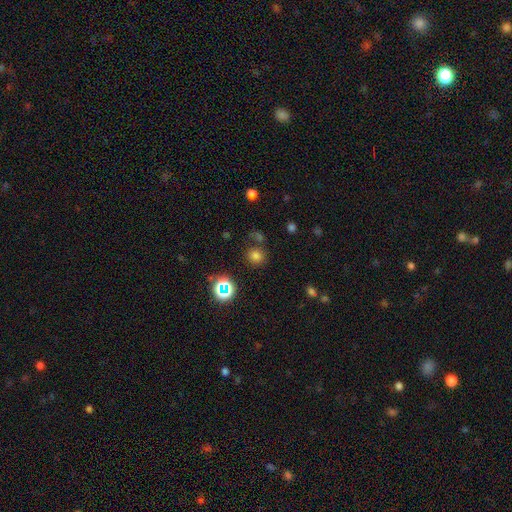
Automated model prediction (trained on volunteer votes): This appears to be a smooth galaxy with no disk features (70%) that is round (86%). Merging: none (75%).